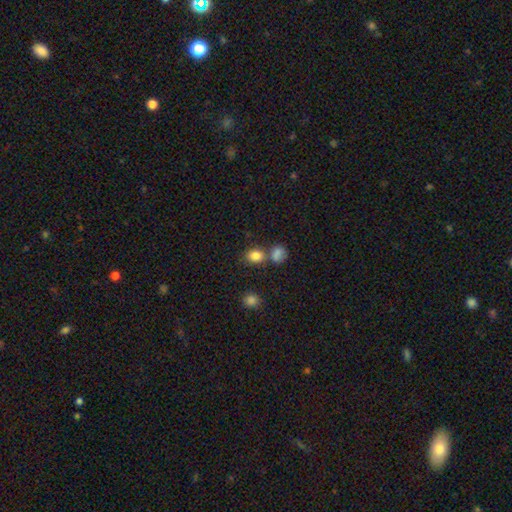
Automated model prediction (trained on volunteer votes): Q: Smooth or featured?
A: smooth (84%); runner-up: star or artifact (11%)
Q: How rounded?
A: round (51%); runner-up: in between (48%)
Q: Merging?
A: none (57%); runner-up: merger (28%)